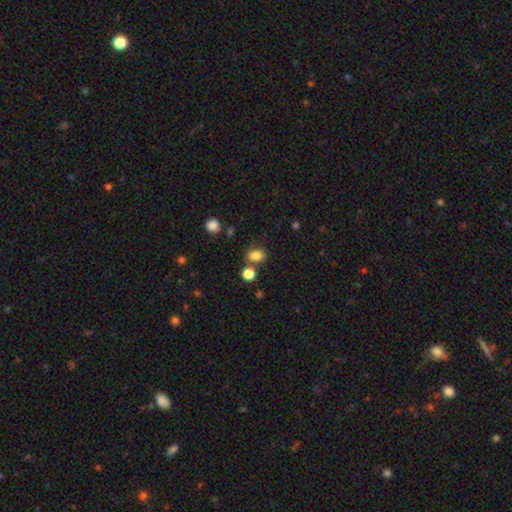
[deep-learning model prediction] Smooth or featured? smooth (82%)
How rounded? in between (65%)
Merging? none (71%)